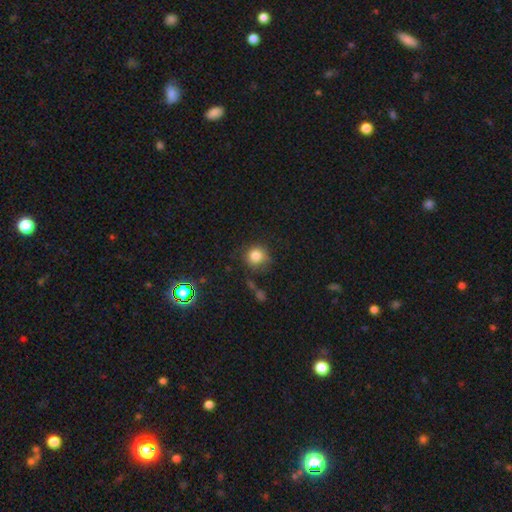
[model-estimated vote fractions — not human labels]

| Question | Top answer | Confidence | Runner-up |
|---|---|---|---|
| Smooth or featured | smooth | 82% | star or artifact (12%) |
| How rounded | round | 89% | in between (10%) |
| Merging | none | 71% | minor disturbance (19%) |